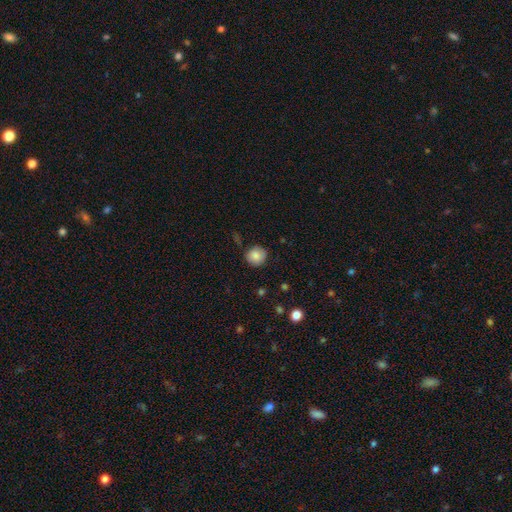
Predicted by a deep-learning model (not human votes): smooth_or_featured: smooth (p=0.85) [alt: star or artifact p=0.09]
how_rounded: round (p=0.90) [alt: in between p=0.09]
merging: none (p=0.82) [alt: minor disturbance p=0.14]